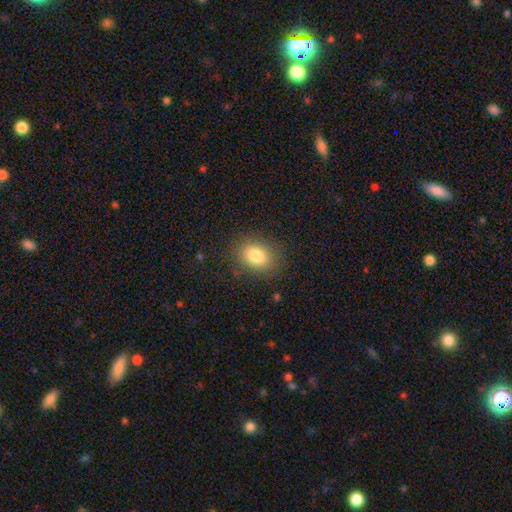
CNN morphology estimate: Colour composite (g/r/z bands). It shows a smooth galaxy with no disk features (82%) that is in between round and cigar-shaped (60%). Merging: none (83%).